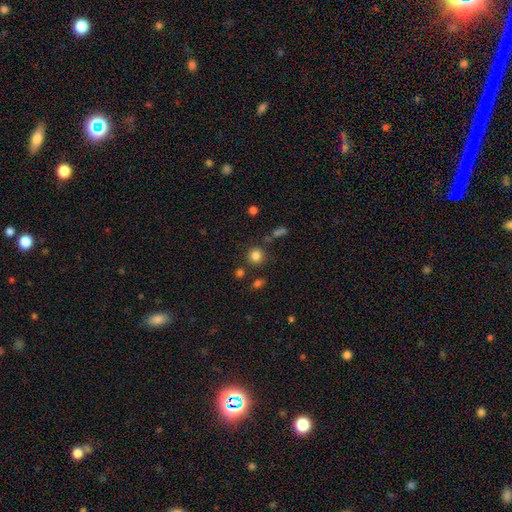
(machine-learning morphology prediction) smooth 82%, star or artifact 12%, featured or disk 6%. Down the decision tree: how rounded — round (90%); merging — none (81%).